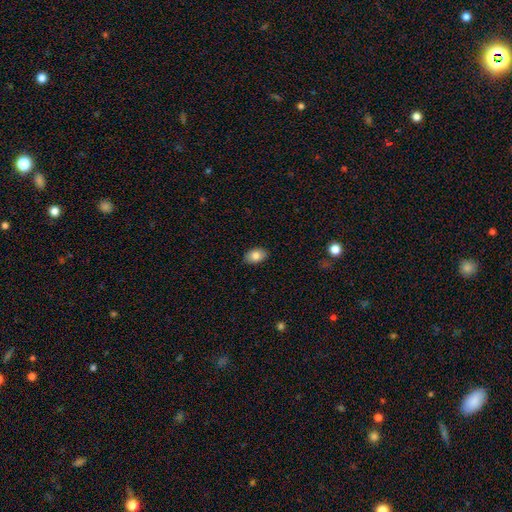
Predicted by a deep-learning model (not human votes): This is clearly a smooth galaxy (83%). How rounded: clearly in between (88%). Merging: clearly none (87%).